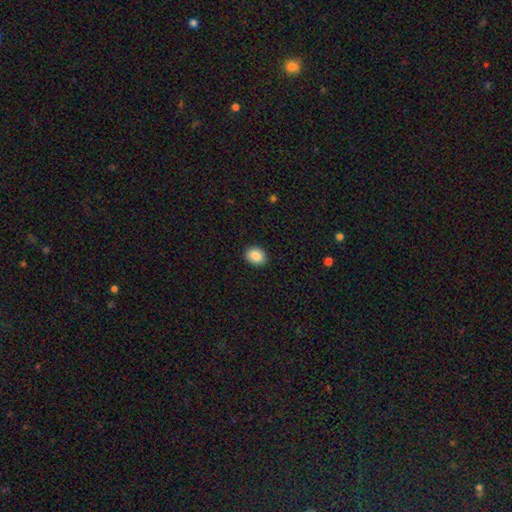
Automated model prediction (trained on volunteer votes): smooth_or_featured: smooth (p=0.89) [alt: star or artifact p=0.08]
how_rounded: round (p=0.50) [alt: in between p=0.49]
merging: none (p=0.90) [alt: minor disturbance p=0.07]